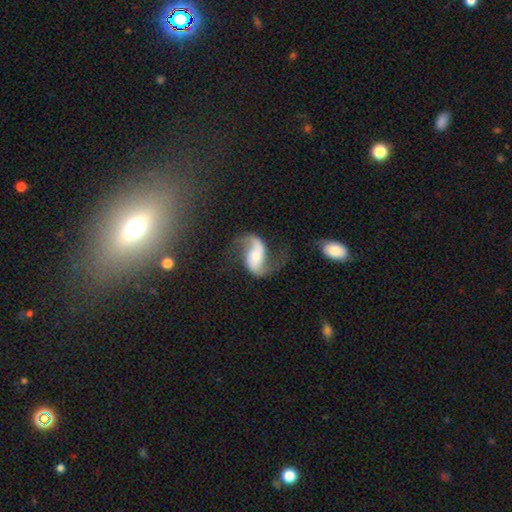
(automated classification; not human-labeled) This is clearly a featured or disk galaxy (85%). It is clearly not viewed edge-on (97%). Bar: marginally no (38%). Spiral arm pattern: clearly yes (96%). Spiral arm count: clearly 2 (92%). Spiral winding: likely loose (77%). Central bulge: marginally small (41%, tied with moderate). Merging: likely none (61%).